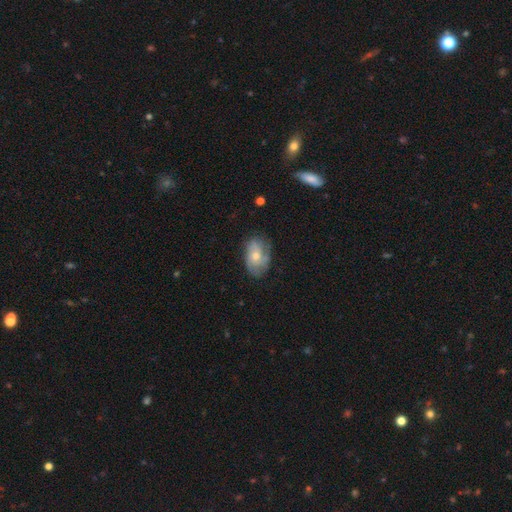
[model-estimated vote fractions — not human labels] Smooth or featured? featured or disk (54%)
Edge-on disk? no (95%)
Bar? no (81%)
Spiral arms? yes (75%)
Bulge size? moderate (55%)
Merging? none (66%)